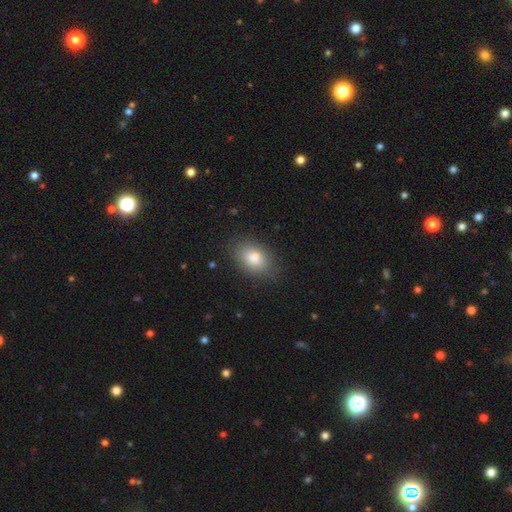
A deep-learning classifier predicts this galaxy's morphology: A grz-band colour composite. It shows a smooth galaxy with no disk features (82%) that is in between round and cigar-shaped (83%). Merging: none (84%).